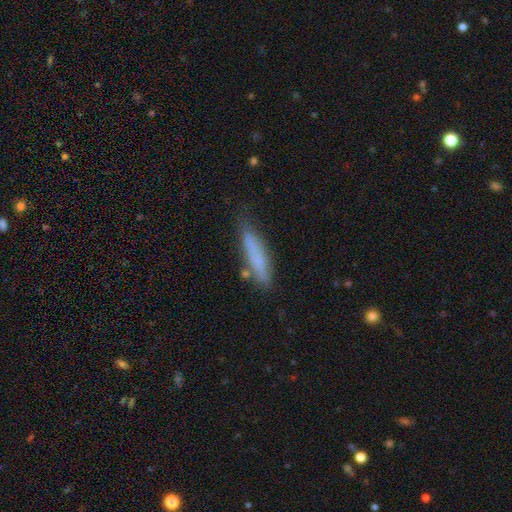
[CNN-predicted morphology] Q: Smooth or featured?
A: smooth (73%); runner-up: featured or disk (19%)
Q: How rounded?
A: cigar-shaped (87%); runner-up: in between (12%)
Q: Merging?
A: none (73%); runner-up: minor disturbance (19%)